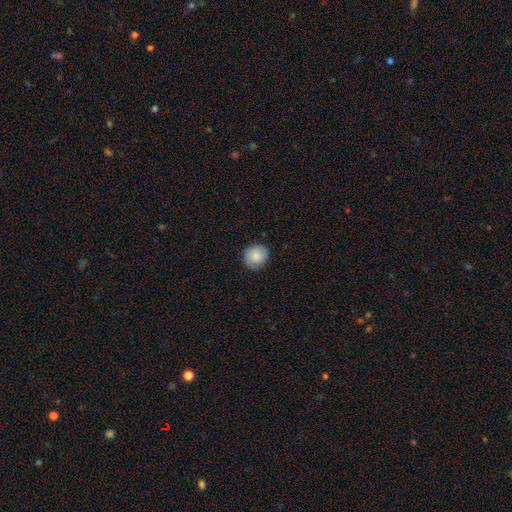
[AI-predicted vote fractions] A smooth galaxy with no disk features (84%) that is round (87%). Merging: none (85%).